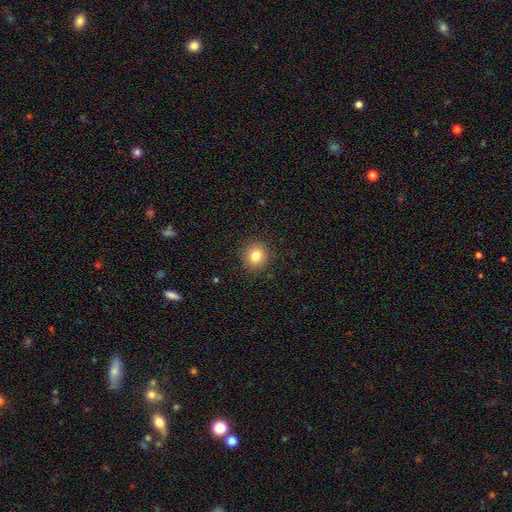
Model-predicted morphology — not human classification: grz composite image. It shows a smooth galaxy with no disk features (81%) that is round (92%). Merging: none (91%).